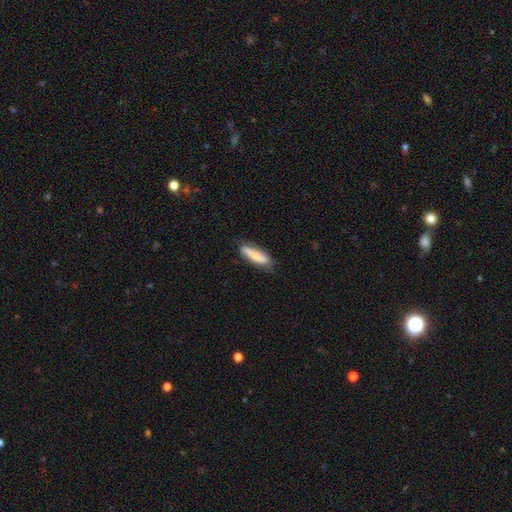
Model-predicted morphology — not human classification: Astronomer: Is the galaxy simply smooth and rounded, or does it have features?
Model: smooth — 71%.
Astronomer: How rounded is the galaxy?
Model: cigar-shaped — 61% (runner-up: in between, 38%).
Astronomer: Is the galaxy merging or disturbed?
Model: none — 76%.